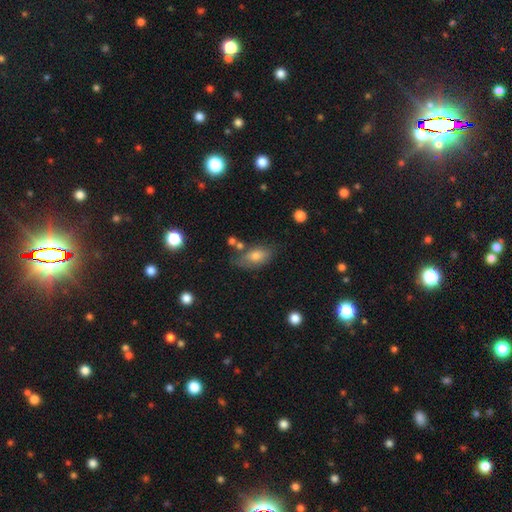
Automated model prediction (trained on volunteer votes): Q: Smooth or featured?
A: smooth (73%); runner-up: featured or disk (17%)
Q: How rounded?
A: in between (86%); runner-up: round (8%)
Q: Merging?
A: none (62%); runner-up: minor disturbance (22%)